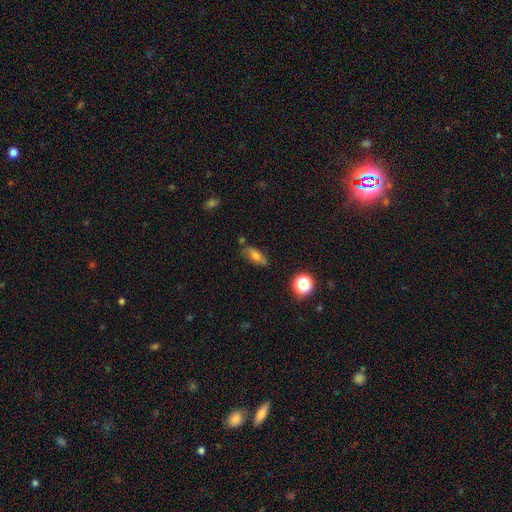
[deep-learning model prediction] This is likely a smooth galaxy (66%). How rounded: likely in between (74%). Merging: likely none (73%).